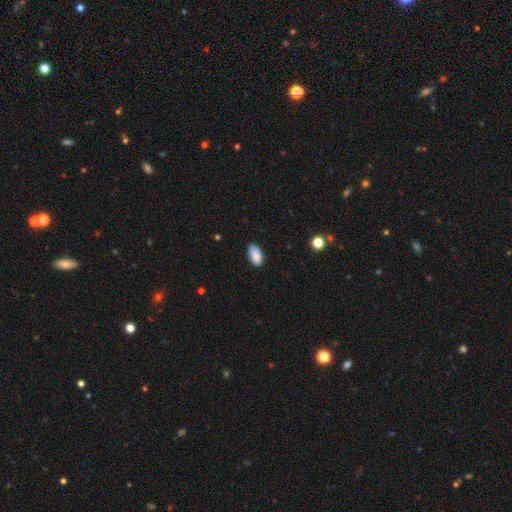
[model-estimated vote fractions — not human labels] Overall: smooth (88%). How rounded: in between (95%). Merging: none (80%).